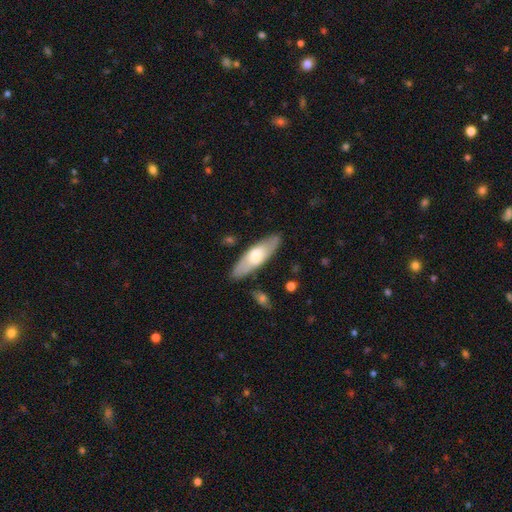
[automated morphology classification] The model was most divided on "how rounded": in between: 51%, cigar-shaped: 48%, round: 2%. More confident: merging — none (85%); smooth or featured — smooth (55%).